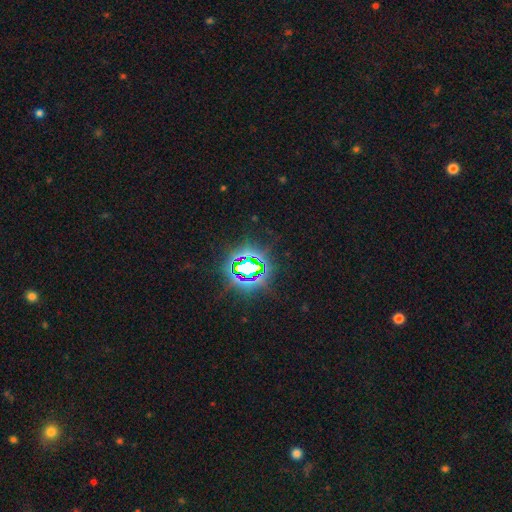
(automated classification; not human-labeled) Smooth or featured? Predicted: star or artifact (p=0.81).